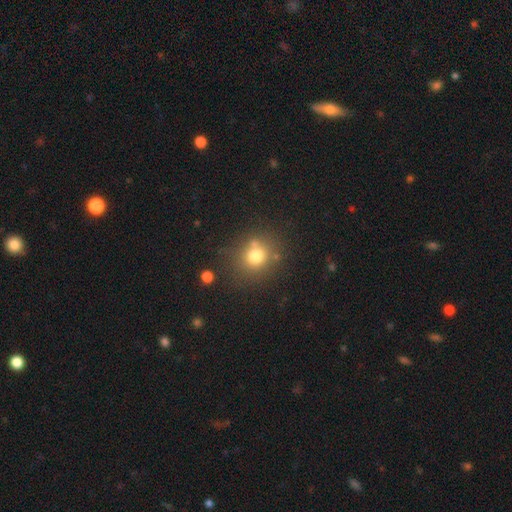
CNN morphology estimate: smooth-or-featured: smooth: 74% | star or artifact: 15% | featured or disk: 11%
  how-rounded: round: 79% | in between: 20% | cigar-shaped: 1%
  merging: none: 69% | minor disturbance: 14% | merger: 11% | major disturbance: 6%